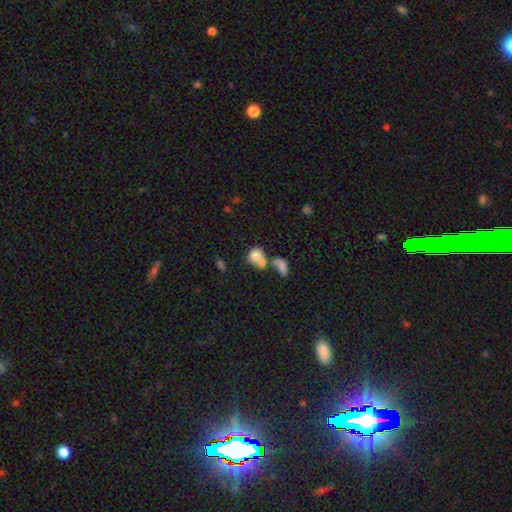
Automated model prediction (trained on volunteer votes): Smooth or featured? Predicted: smooth (p=0.73). How rounded? Predicted: in between (p=0.54). Merging? Predicted: merger (p=0.60).